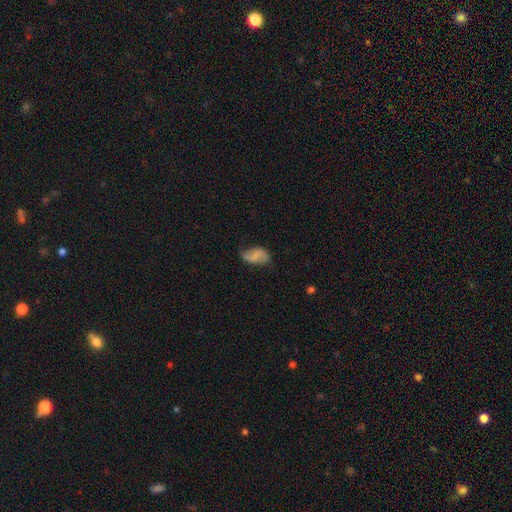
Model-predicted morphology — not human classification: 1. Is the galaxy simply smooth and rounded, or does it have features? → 48% featured or disk, 43% smooth, 9% star or artifact.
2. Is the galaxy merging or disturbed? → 60% none, 28% minor disturbance, 10% major disturbance, 2% merger.